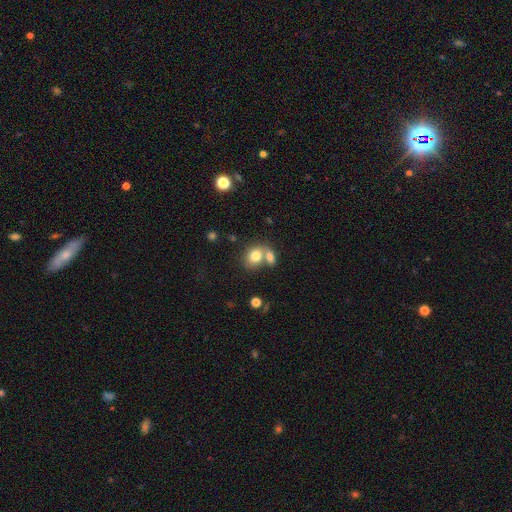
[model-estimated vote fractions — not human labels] Morphology: type=smooth (78%); roundness=in between (52%); merging=merger (52%).